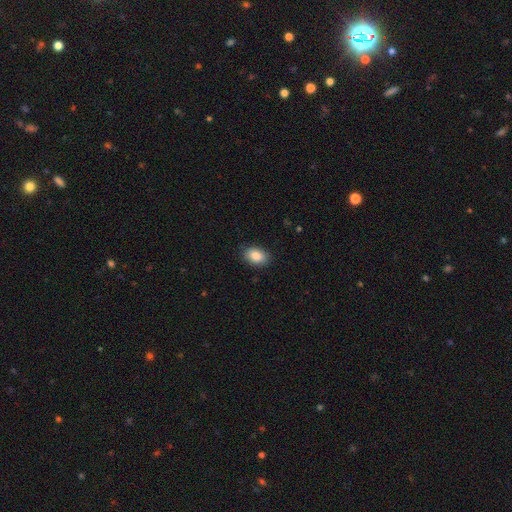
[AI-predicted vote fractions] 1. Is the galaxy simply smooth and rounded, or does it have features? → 88% smooth, 7% star or artifact, 5% featured or disk.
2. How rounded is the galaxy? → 85% in between, 13% round, 1% cigar-shaped.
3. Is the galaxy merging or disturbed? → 86% none, 10% minor disturbance, 2% major disturbance, 1% merger.